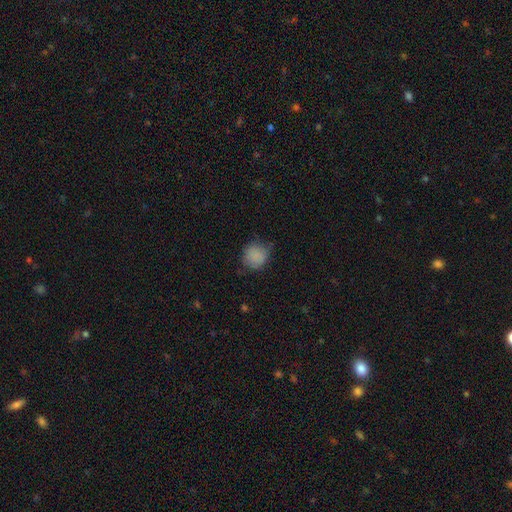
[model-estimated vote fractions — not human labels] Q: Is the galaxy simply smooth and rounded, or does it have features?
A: smooth — 84%.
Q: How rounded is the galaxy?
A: round — 86%.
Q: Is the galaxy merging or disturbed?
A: none — 67%.